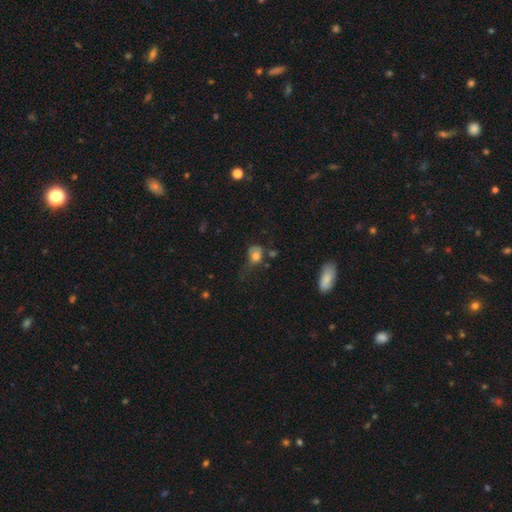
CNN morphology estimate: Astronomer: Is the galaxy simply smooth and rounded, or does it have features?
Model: smooth — 73%.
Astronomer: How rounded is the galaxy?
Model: in between — 55% (runner-up: round, 43%).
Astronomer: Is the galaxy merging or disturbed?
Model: major disturbance — 36% (runner-up: minor disturbance, 30%).